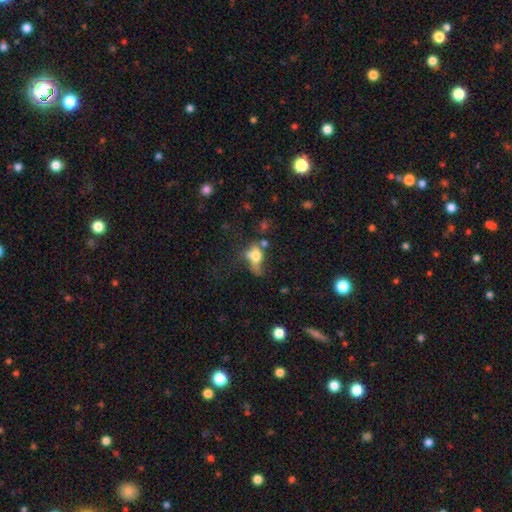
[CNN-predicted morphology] Smooth or featured? Predicted: smooth (p=0.57). How rounded? Predicted: in between (p=0.73). Merging? Predicted: major disturbance (p=0.33).